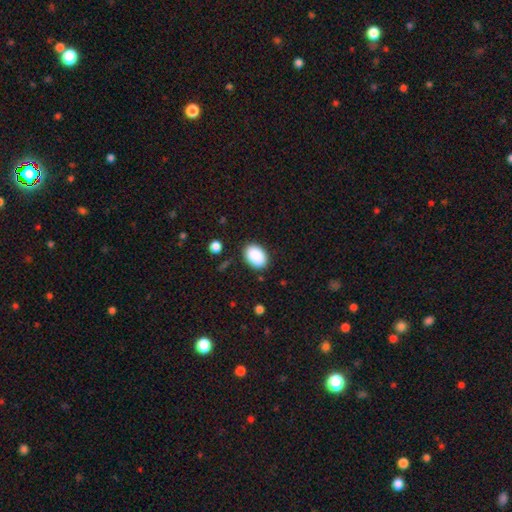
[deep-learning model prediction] This is clearly a smooth galaxy (90%). How rounded: clearly in between (85%). Merging: clearly none (85%).